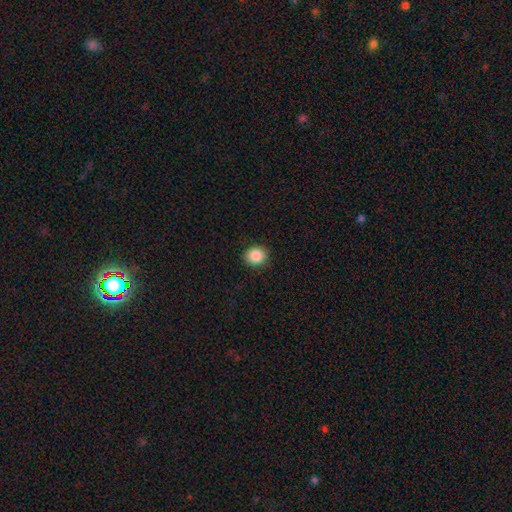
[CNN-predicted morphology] Smooth or featured? Predicted: smooth (p=0.87). How rounded? Predicted: round (p=0.79). Merging? Predicted: none (p=0.90).